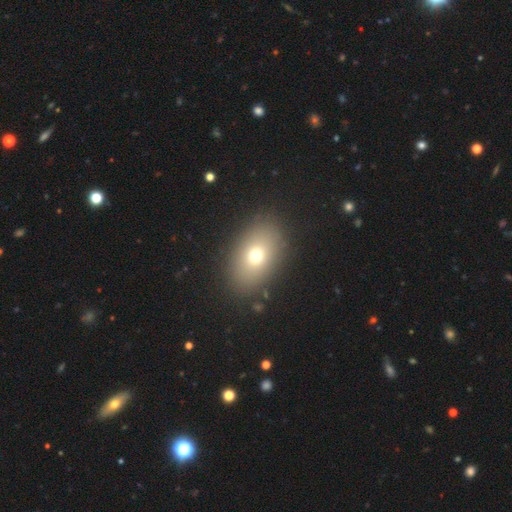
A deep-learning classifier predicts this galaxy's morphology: smooth_or_featured: smooth (p=0.71) [alt: featured or disk p=0.16]
how_rounded: in between (p=0.79) [alt: round p=0.19]
merging: none (p=0.87) [alt: minor disturbance p=0.08]